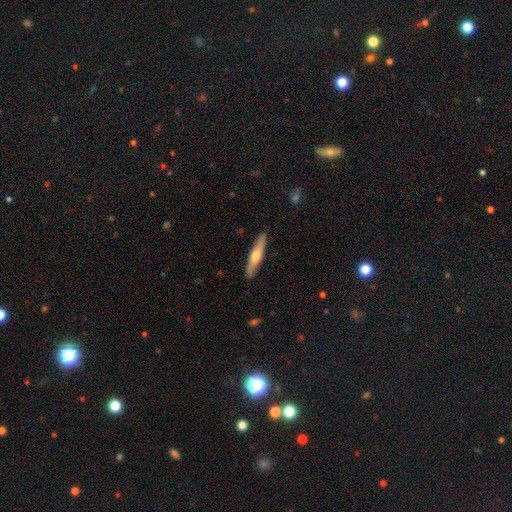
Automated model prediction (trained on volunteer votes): This appears to be a featured or disk galaxy (48%). Merging: none (88%).